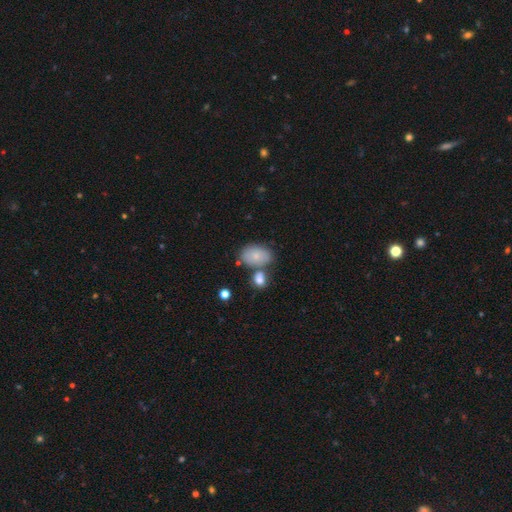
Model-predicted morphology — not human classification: smooth-or-featured: smooth: 77% | featured or disk: 15% | star or artifact: 8%
  how-rounded: in between: 84% | round: 15% | cigar-shaped: 1%
  merging: none: 58% | merger: 21% | minor disturbance: 16% | major disturbance: 5%